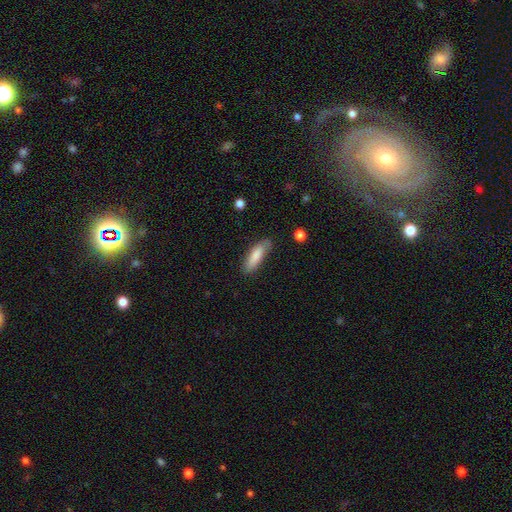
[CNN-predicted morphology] A smooth galaxy with no disk features (82%) that is cigar-shaped (53%).

Vote fractions:
- Smooth or featured? smooth: 82% / featured or disk: 12% / star or artifact: 6%
- How rounded? cigar-shaped: 53% / in between: 45% / round: 2%
- Merging? none: 77% / minor disturbance: 18% / major disturbance: 4% / merger: 2%